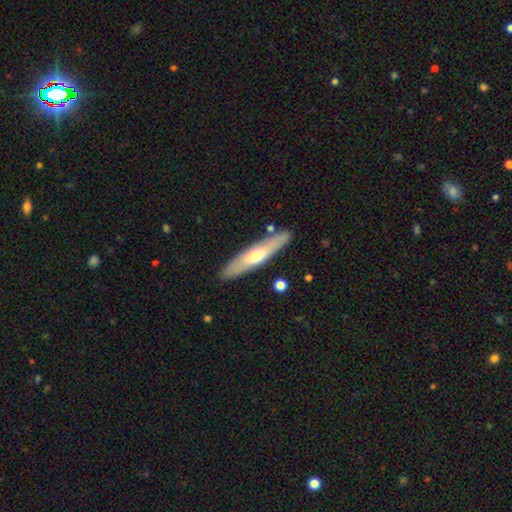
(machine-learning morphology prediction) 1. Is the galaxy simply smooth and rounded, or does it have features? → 50% smooth, 45% featured or disk, 6% star or artifact.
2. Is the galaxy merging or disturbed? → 85% none, 10% minor disturbance, 3% merger, 2% major disturbance.